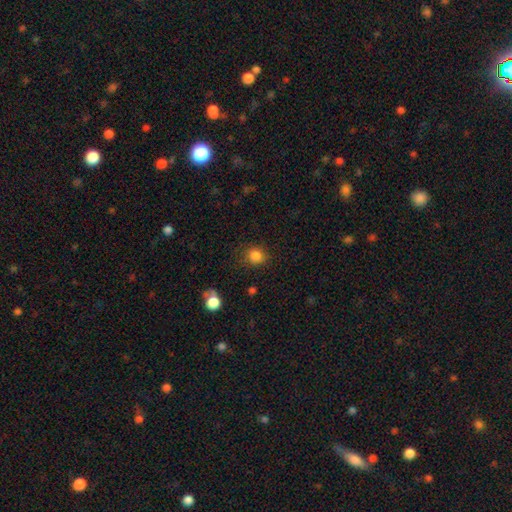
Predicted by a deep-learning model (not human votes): Smooth or featured? Predicted: smooth (p=0.84). How rounded? Predicted: round (p=0.82). Merging? Predicted: none (p=0.83).